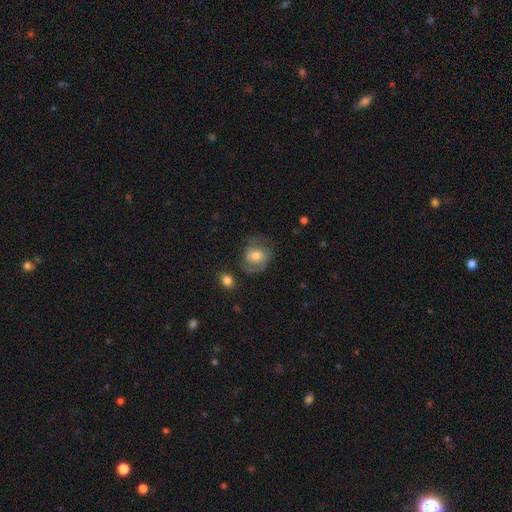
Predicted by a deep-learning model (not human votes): Smooth or featured?
  - smooth: 52% *
  - featured or disk: 40%
  - star or artifact: 8%
How rounded?
  - round: 63% *
  - in between: 36%
  - cigar-shaped: 1%
Merging?
  - none: 58% *
  - minor disturbance: 23%
  - major disturbance: 16%
  - merger: 3%